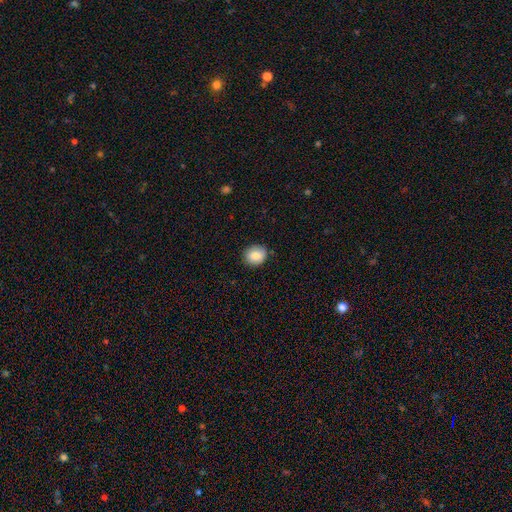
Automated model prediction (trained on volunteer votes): Smooth or featured? Predicted: smooth (p=0.84). How rounded? Predicted: round (p=0.80). Merging? Predicted: none (p=0.87).